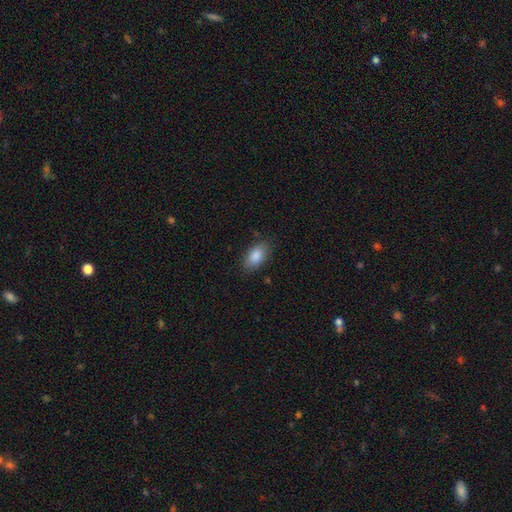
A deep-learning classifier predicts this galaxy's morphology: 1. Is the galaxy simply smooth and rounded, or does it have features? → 87% smooth, 7% star or artifact, 6% featured or disk.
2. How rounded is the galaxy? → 92% in between, 5% round, 3% cigar-shaped.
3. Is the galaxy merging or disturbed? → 83% none, 13% minor disturbance, 3% major disturbance, 1% merger.